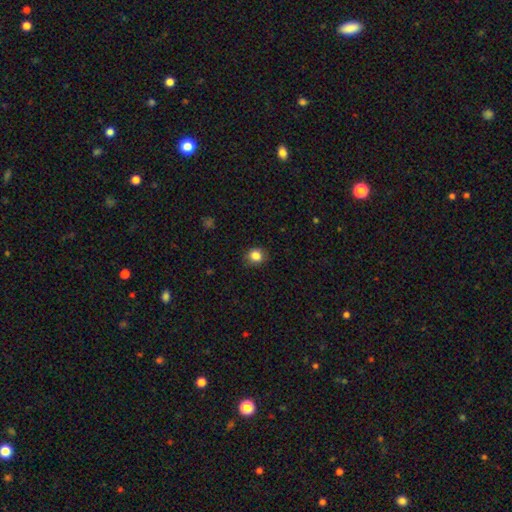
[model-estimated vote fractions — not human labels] smooth 85%, star or artifact 10%, featured or disk 4%. Down the decision tree: how rounded — round (81%); merging — none (88%).